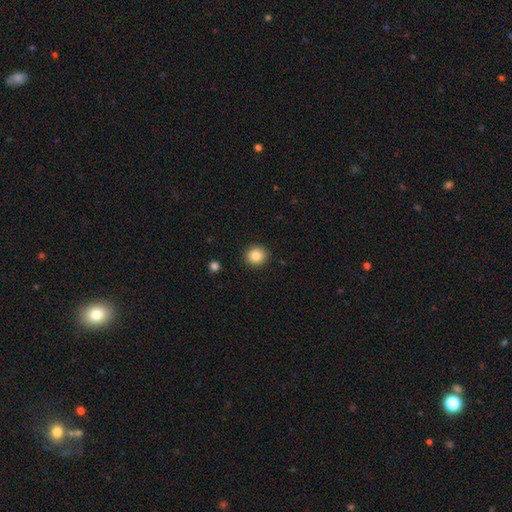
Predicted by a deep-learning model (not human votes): This appears to be a smooth galaxy with no disk features (85%) that is round (89%). Merging: none (91%).